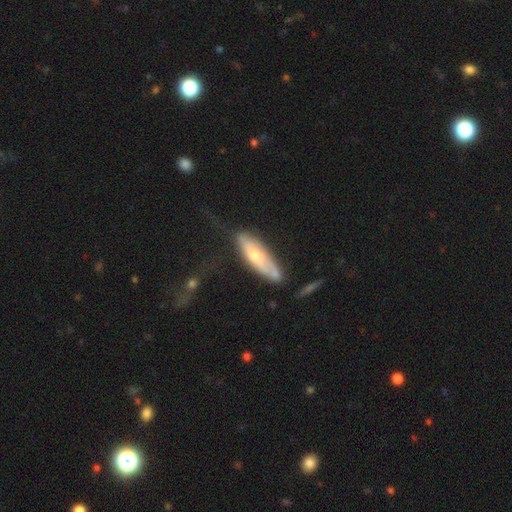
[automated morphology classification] Smooth or featured?
  - smooth: 48% *
  - featured or disk: 45%
  - star or artifact: 6%
Merging?
  - none: 47% *
  - minor disturbance: 29%
  - major disturbance: 16%
  - merger: 8%